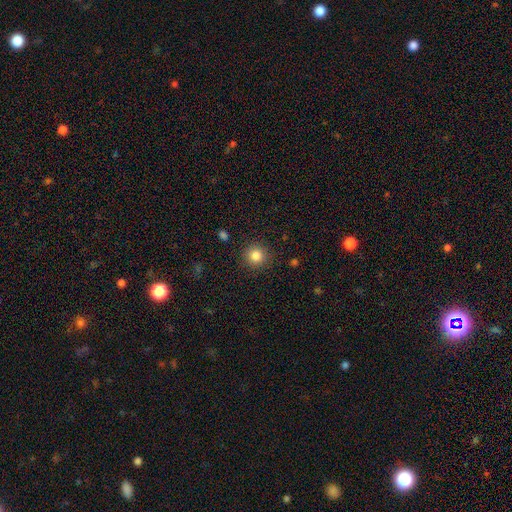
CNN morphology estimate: smooth_or_featured: smooth (p=0.83) [alt: star or artifact p=0.11]
how_rounded: round (p=0.94) [alt: in between p=0.06]
merging: none (p=0.90) [alt: minor disturbance p=0.07]